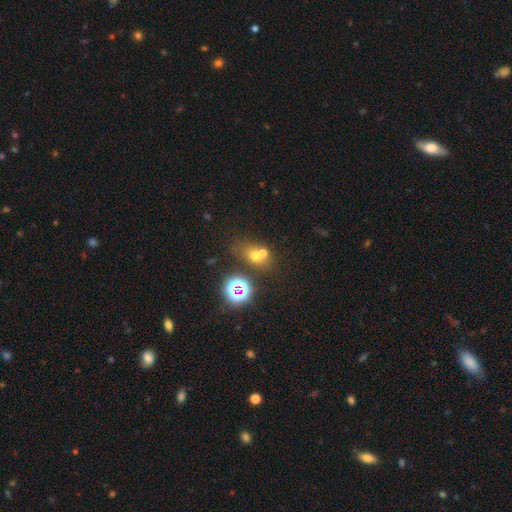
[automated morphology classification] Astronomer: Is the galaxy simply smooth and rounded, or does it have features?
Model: smooth — 58%.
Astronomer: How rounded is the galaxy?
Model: round — 57% (runner-up: in between, 41%).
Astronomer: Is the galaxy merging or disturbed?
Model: none — 45% (runner-up: merger, 41%).